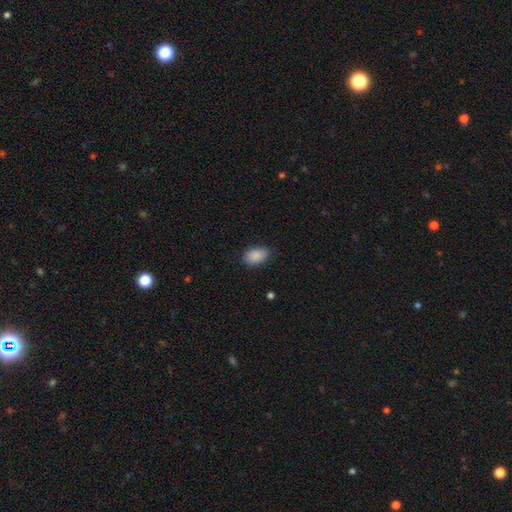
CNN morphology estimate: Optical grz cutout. It shows a smooth galaxy with no disk features (89%) that is in between round and cigar-shaped (87%). Merging: none (83%).